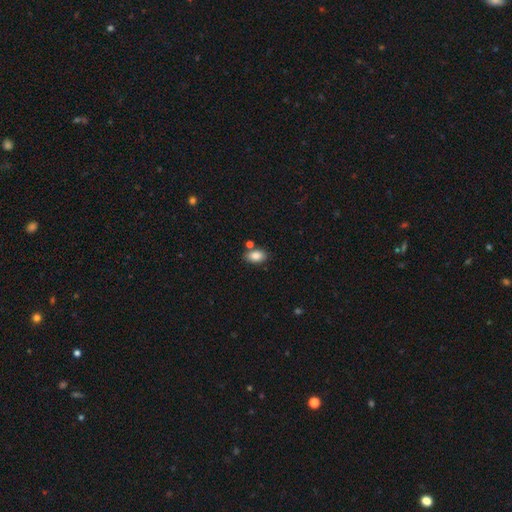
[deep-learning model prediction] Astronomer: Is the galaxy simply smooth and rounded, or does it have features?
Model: smooth — 86%.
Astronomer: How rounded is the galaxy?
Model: in between — 89%.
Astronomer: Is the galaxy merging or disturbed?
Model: none — 75%.